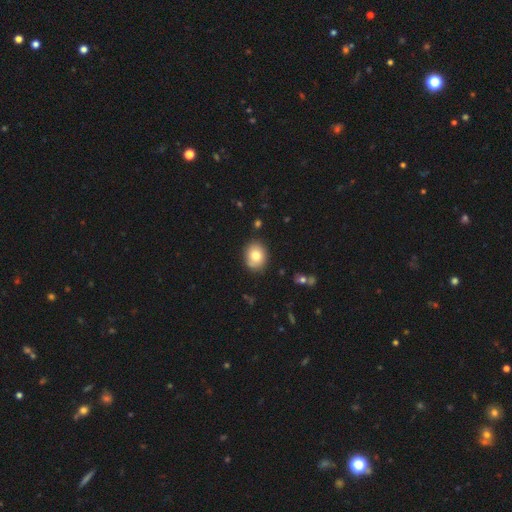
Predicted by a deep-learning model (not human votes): Smooth or featured?
  - smooth: 77% *
  - featured or disk: 14%
  - star or artifact: 9%
How rounded?
  - round: 58% *
  - in between: 42%
  - cigar-shaped: 1%
Merging?
  - none: 83% *
  - minor disturbance: 12%
  - major disturbance: 2%
  - merger: 2%